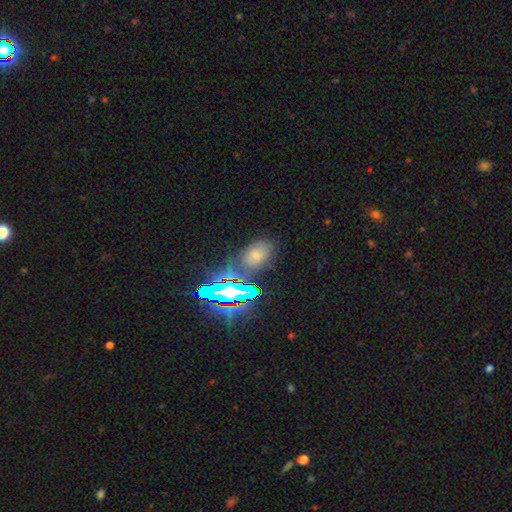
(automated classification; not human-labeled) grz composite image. It shows a smooth galaxy with no disk features (52%) that is in between round and cigar-shaped (85%). Merging: none (71%).